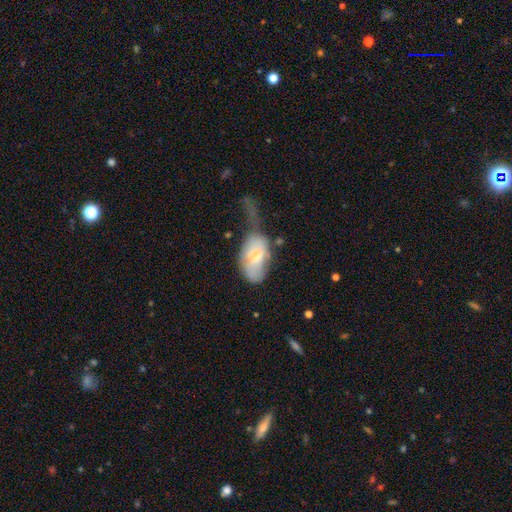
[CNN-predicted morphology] A smooth galaxy with no disk features (62%) that is in between round and cigar-shaped (92%).

Vote fractions:
- Smooth or featured? smooth: 62% / featured or disk: 31% / star or artifact: 7%
- How rounded? in between: 92% / round: 6% / cigar-shaped: 2%
- Merging? major disturbance: 39% / minor disturbance: 27% / none: 20% / merger: 14%